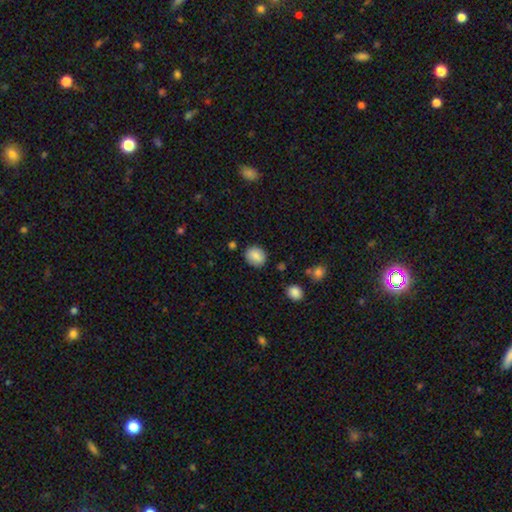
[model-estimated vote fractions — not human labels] Q: Smooth or featured?
A: smooth (84%); runner-up: star or artifact (8%)
Q: How rounded?
A: round (62%); runner-up: in between (37%)
Q: Merging?
A: none (83%); runner-up: minor disturbance (12%)